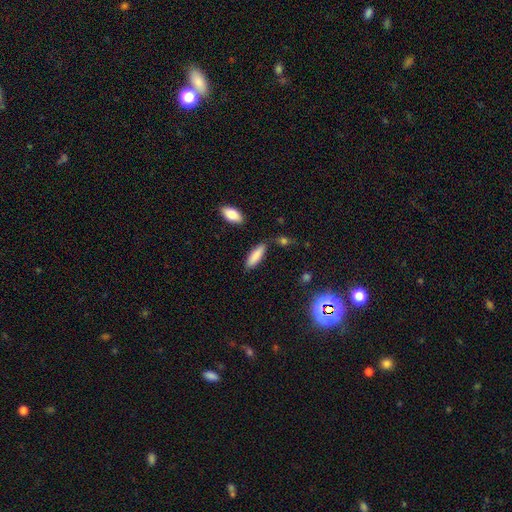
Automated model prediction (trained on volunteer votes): A smooth galaxy with no disk features (86%) that is cigar-shaped (49%, tied with in between).

Vote fractions:
- Smooth or featured? smooth: 86% / featured or disk: 8% / star or artifact: 6%
- How rounded? cigar-shaped: 49% (tied) / in between: 49% (tied) / round: 2%
- Merging? none: 83% / minor disturbance: 11% / merger: 3% / major disturbance: 3%